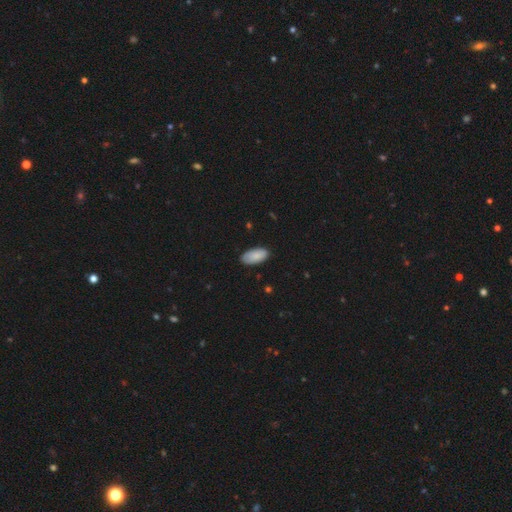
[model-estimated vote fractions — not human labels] smooth_or_featured: smooth (p=0.85) [alt: featured or disk p=0.09]
how_rounded: in between (p=0.94) [alt: cigar-shaped p=0.04]
merging: none (p=0.83) [alt: minor disturbance p=0.14]